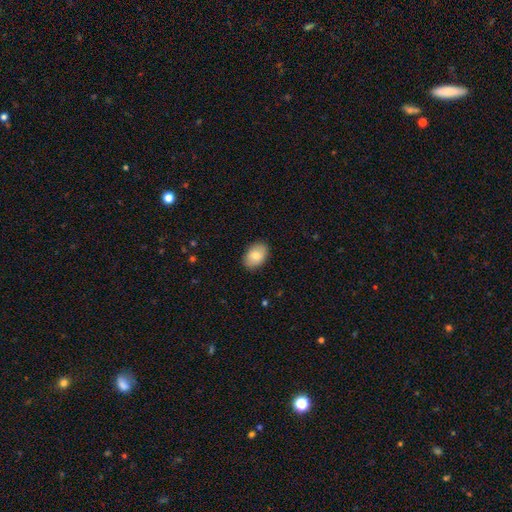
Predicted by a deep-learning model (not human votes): Morphology: type=smooth (79%); roundness=in between (85%); merging=none (88%).